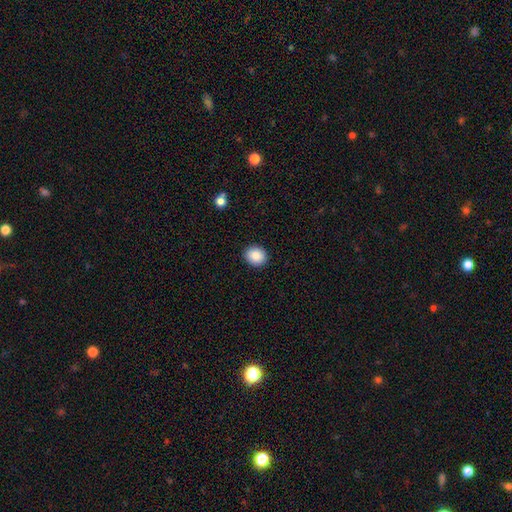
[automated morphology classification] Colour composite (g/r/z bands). It shows a smooth galaxy with no disk features (87%) that is round (74%). Merging: none (91%).